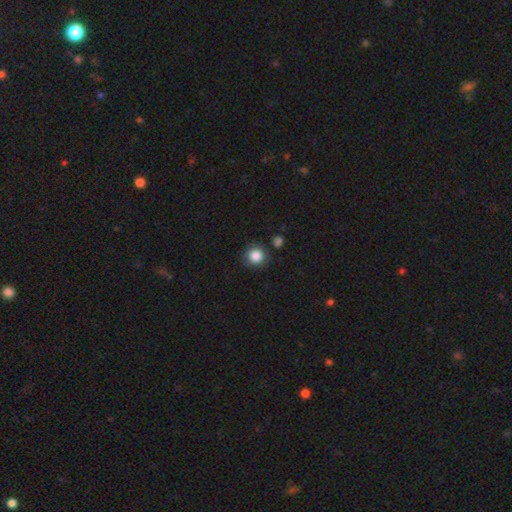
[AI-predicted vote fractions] smooth-or-featured: smooth: 86% | star or artifact: 10% | featured or disk: 5%
  how-rounded: round: 91% | in between: 8% | cigar-shaped: 1%
  merging: none: 83% | minor disturbance: 10% | merger: 4% | major disturbance: 3%